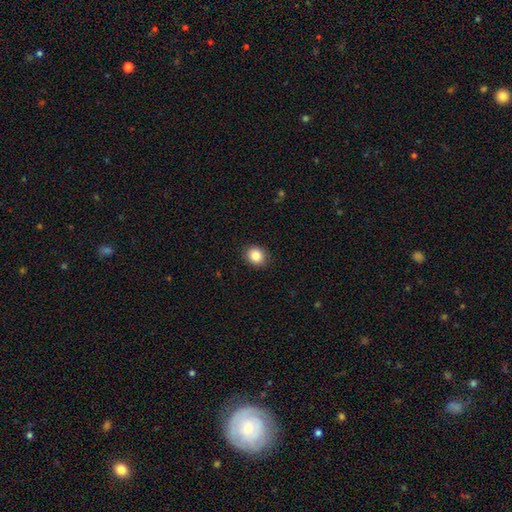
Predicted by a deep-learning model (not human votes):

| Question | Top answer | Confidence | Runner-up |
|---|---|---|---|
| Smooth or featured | smooth | 85% | star or artifact (9%) |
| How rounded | round | 68% | in between (31%) |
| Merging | none | 90% | minor disturbance (7%) |